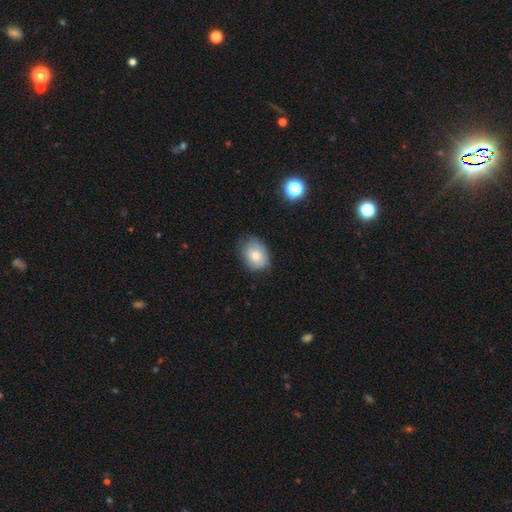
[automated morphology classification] Smooth or featured: smooth — 71% (featured or disk — 21%)
How rounded: in between — 65% (round — 34%)
Merging: none — 66% (minor disturbance — 27%)